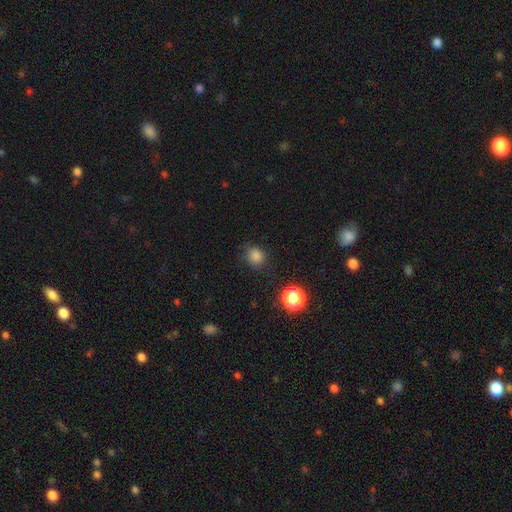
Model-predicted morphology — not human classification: Smooth or featured? smooth (82%)
How rounded? round (81%)
Merging? none (82%)